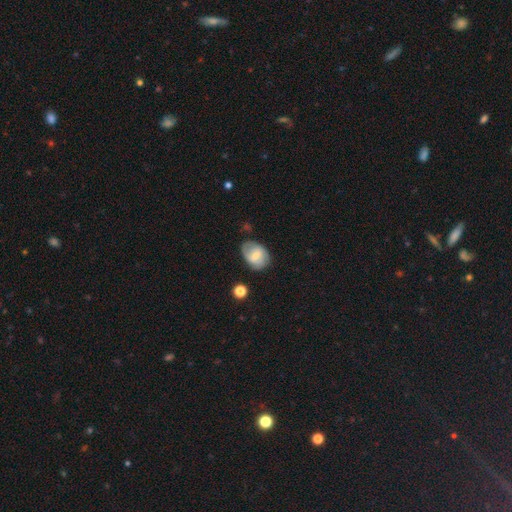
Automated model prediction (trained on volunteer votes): This is possibly a featured or disk galaxy (47%). Merging: likely none (64%).